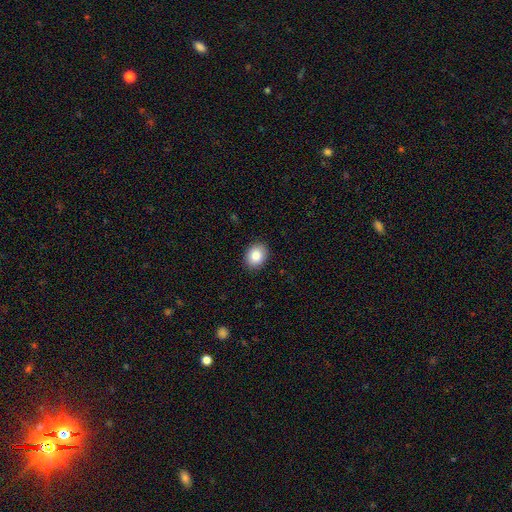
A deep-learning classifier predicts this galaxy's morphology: smooth-or-featured: smooth: 85% | star or artifact: 8% | featured or disk: 6%
  how-rounded: round: 51% | in between: 48% | cigar-shaped: 1%
  merging: none: 90% | minor disturbance: 7% | major disturbance: 2% | merger: 1%